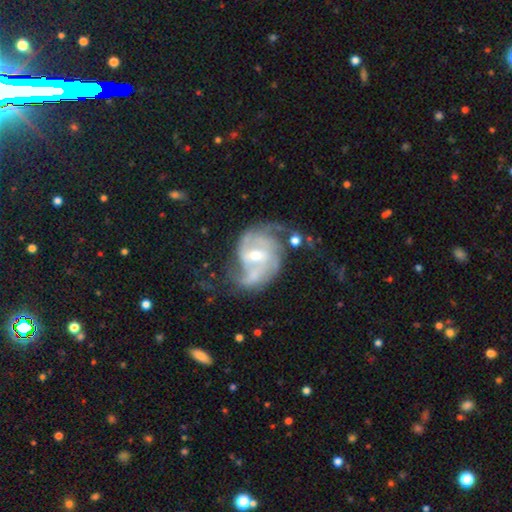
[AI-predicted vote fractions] Smooth or featured? Predicted: featured or disk (p=0.88). Edge-on disk? Predicted: no (p=0.97). Bar? Predicted: weak (p=0.49). Spiral arms? Predicted: yes (p=0.95). Spiral winding? Predicted: medium (p=0.47). Spiral arm count? Predicted: 2 (p=0.59). Bulge size? Predicted: moderate (p=0.52). Merging? Predicted: none (p=0.50).